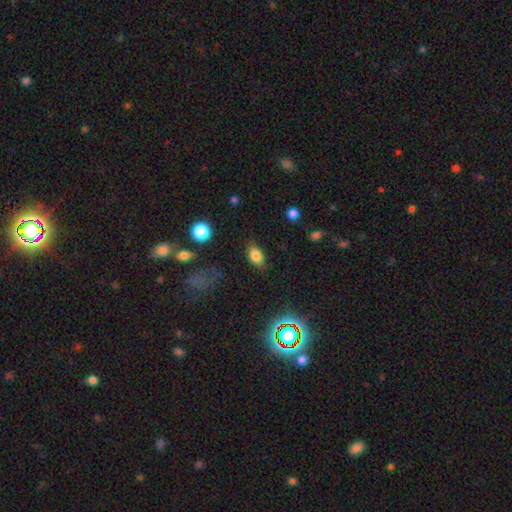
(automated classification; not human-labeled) Q: Smooth or featured?
A: smooth (80%); runner-up: star or artifact (11%)
Q: How rounded?
A: in between (87%); runner-up: round (10%)
Q: Merging?
A: none (80%); runner-up: minor disturbance (15%)